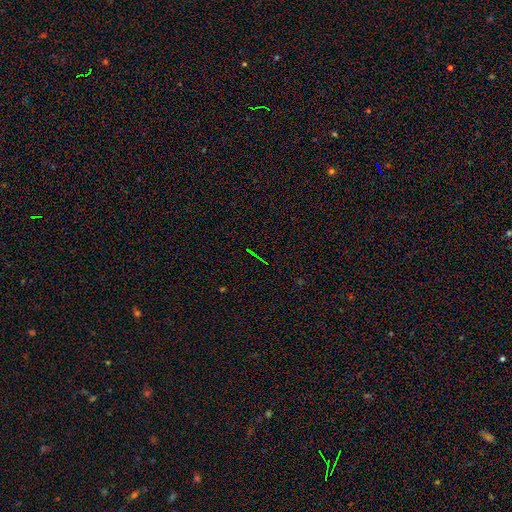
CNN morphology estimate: Overall: star or artifact (70%).